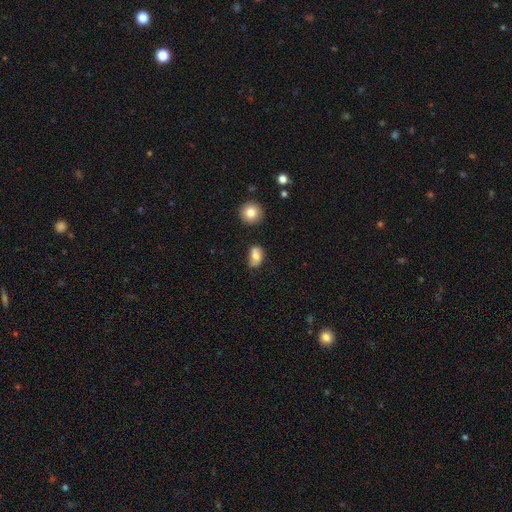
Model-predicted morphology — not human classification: This is likely a smooth galaxy (75%). How rounded: likely in between (77%). Merging: possibly none (56%).